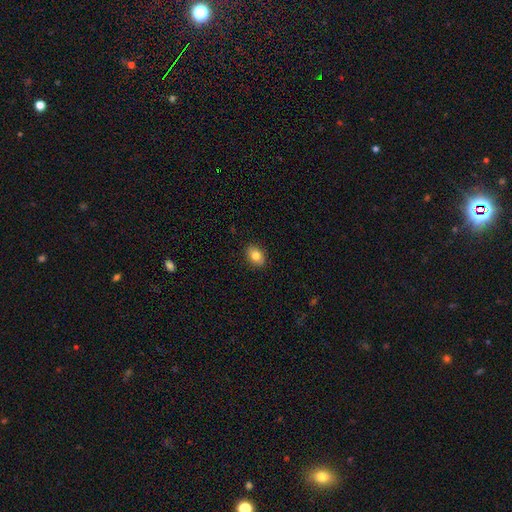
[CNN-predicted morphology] A smooth galaxy with no disk features (82%) that is in between round and cigar-shaped (72%).

Vote fractions:
- Smooth or featured? smooth: 82% / featured or disk: 10% / star or artifact: 9%
- How rounded? in between: 72% / round: 27% / cigar-shaped: 1%
- Merging? none: 89% / minor disturbance: 8% / major disturbance: 2% / merger: 1%